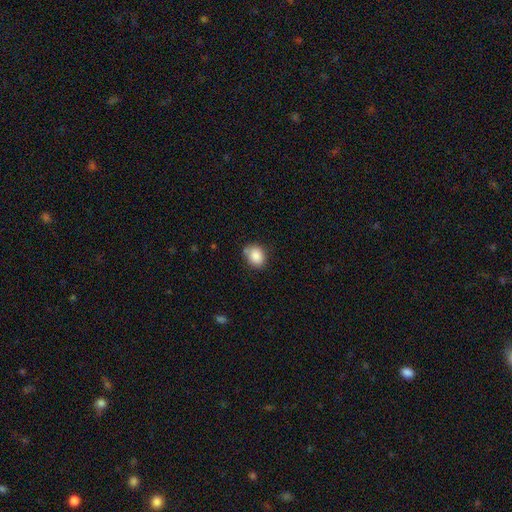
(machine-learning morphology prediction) A smooth galaxy with no disk features (86%) that is round (50%). Merging: none (70%).